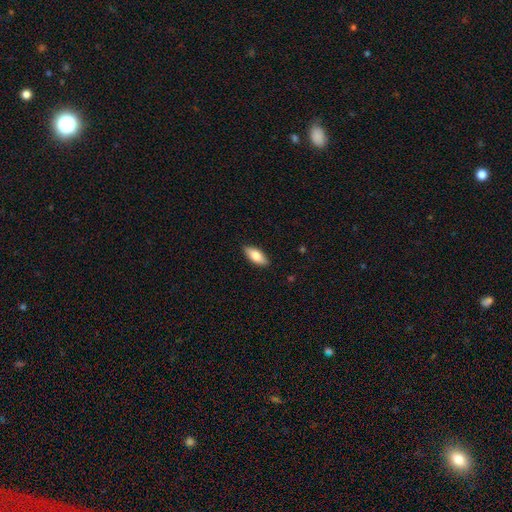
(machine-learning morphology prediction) Smooth or featured? smooth (80%)
How rounded? in between (81%)
Merging? none (88%)